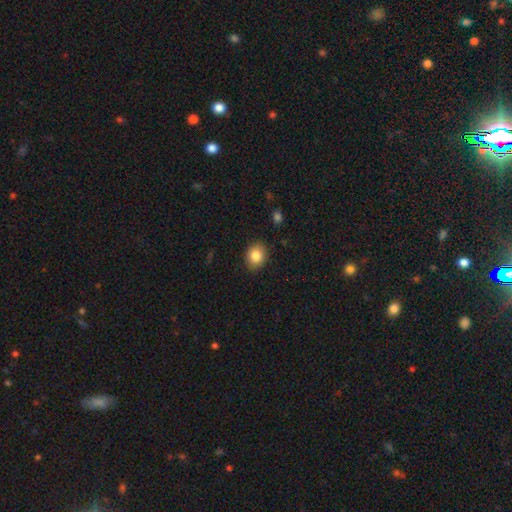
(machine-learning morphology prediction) This is clearly a smooth galaxy (85%). How rounded: possibly round (55%). Merging: clearly none (87%).